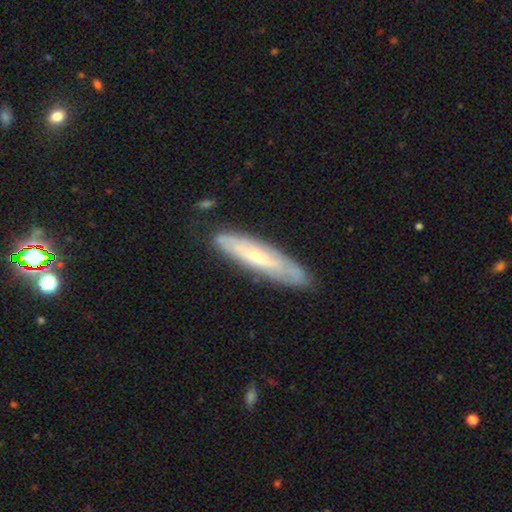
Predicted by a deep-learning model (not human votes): Morphology: type=featured or disk (59%); edge-on=yes (51%); merging=none (79%).